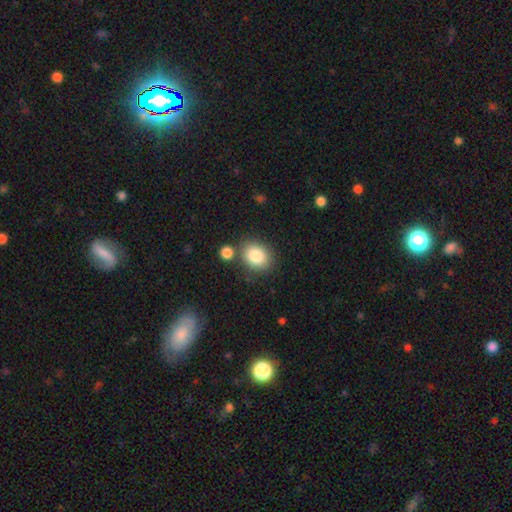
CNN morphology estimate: Smooth or featured? smooth (84%)
How rounded? round (55%)
Merging? none (77%)